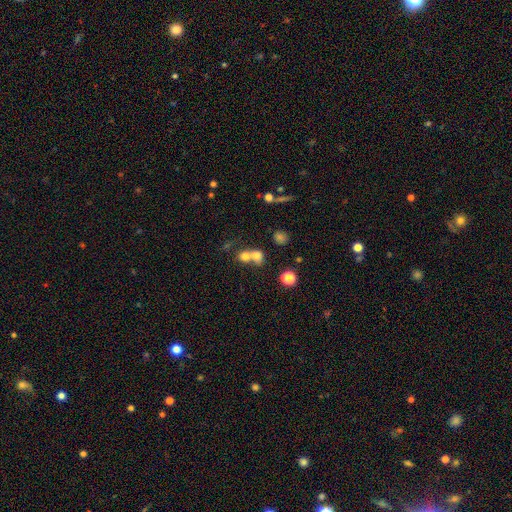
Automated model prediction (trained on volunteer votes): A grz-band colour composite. It shows a smooth galaxy with no disk features (71%) that is round (65%). Merging: merger (64%).